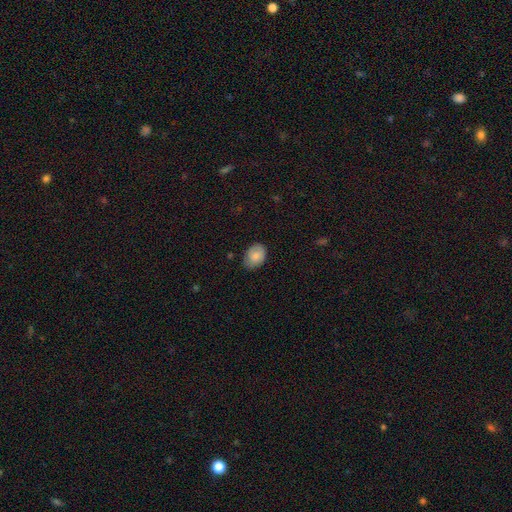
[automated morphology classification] This is clearly a smooth galaxy (82%). How rounded: likely in between (74%). Merging: likely none (72%).